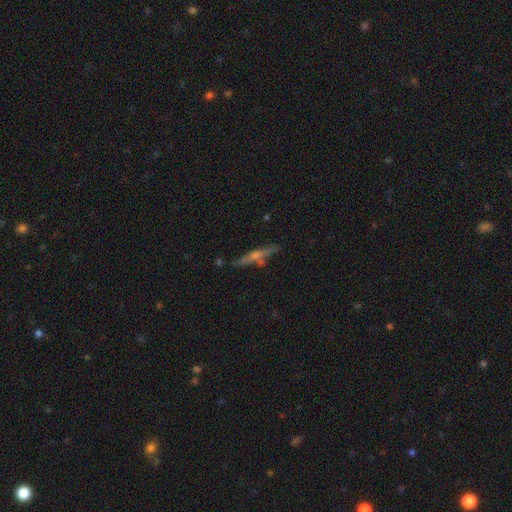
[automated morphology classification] Smooth or featured: featured or disk — 64% (smooth — 28%)
Edge-on disk: yes — 94% (no — 6%)
Edge-on bulge: rounded — 69% (none — 23%)
Merging: none — 79% (minor disturbance — 13%)